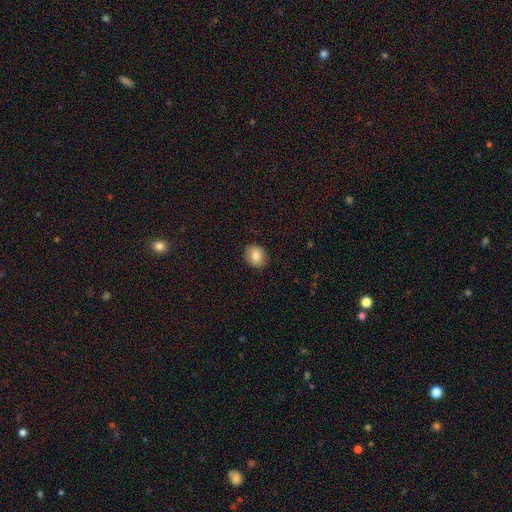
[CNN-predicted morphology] smooth-or-featured: smooth: 80% | featured or disk: 11% | star or artifact: 9%
  how-rounded: round: 69% | in between: 30% | cigar-shaped: 1%
  merging: none: 89% | minor disturbance: 8% | major disturbance: 2% | merger: 1%